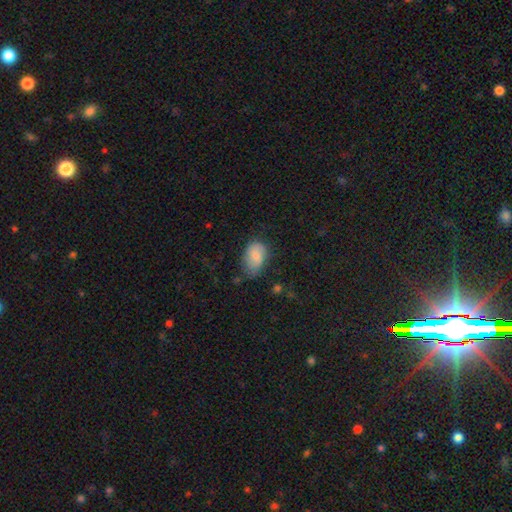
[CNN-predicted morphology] Smooth or featured? Predicted: smooth (p=0.76). How rounded? Predicted: in between (p=0.87). Merging? Predicted: none (p=0.50).